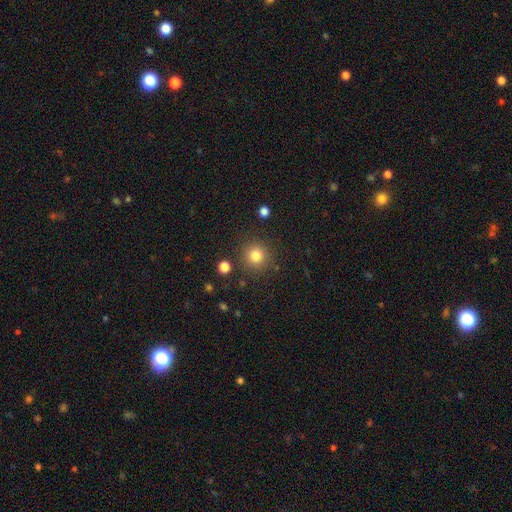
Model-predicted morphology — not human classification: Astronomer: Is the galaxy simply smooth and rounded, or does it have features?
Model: smooth — 82%.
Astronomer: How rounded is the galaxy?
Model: round — 94%.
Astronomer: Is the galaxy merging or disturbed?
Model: none — 88%.